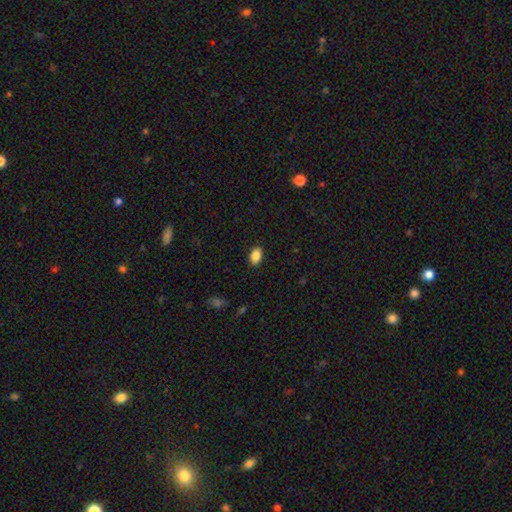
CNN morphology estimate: This appears to be a smooth galaxy with no disk features (87%) that is in between round and cigar-shaped (87%). Merging: none (89%).